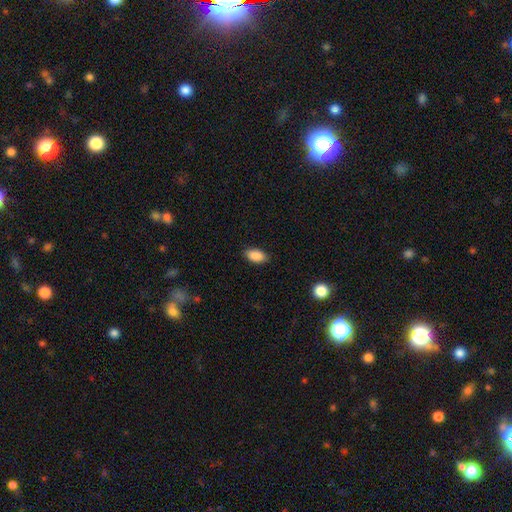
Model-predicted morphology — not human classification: smooth-or-featured: smooth: 89% | star or artifact: 7% | featured or disk: 3%
  how-rounded: in between: 93% | round: 4% | cigar-shaped: 3%
  merging: none: 86% | minor disturbance: 10% | major disturbance: 2% | merger: 1%